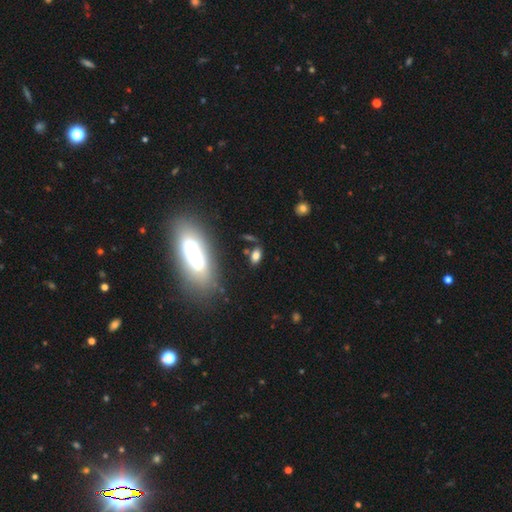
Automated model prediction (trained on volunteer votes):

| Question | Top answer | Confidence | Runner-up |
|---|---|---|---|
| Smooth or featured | smooth | 71% | featured or disk (17%) |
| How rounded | in between | 80% | round (10%) |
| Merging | none | 70% | minor disturbance (16%) |